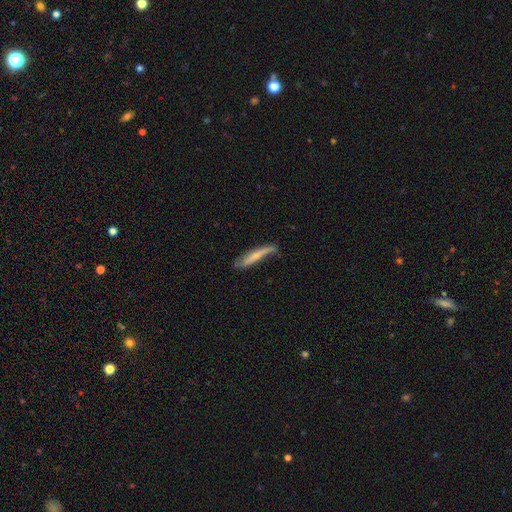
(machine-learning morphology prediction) Smooth or featured?
  - smooth: 54% *
  - featured or disk: 40%
  - star or artifact: 6%
How rounded?
  - cigar-shaped: 90% *
  - in between: 8%
  - round: 2%
Merging?
  - none: 53% *
  - minor disturbance: 31%
  - major disturbance: 12%
  - merger: 3%